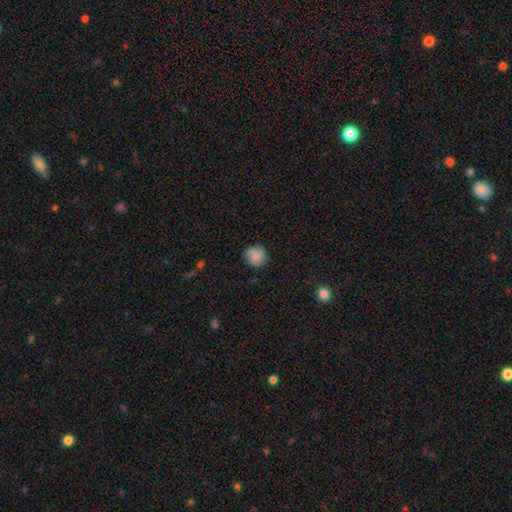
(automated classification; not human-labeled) smooth_or_featured: smooth (p=0.82) [alt: featured or disk p=0.10]
how_rounded: round (p=0.90) [alt: in between p=0.10]
merging: none (p=0.80) [alt: minor disturbance p=0.15]